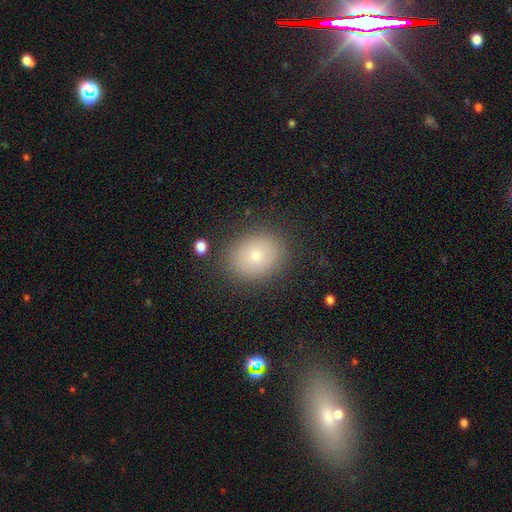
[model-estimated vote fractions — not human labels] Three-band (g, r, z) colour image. It shows a smooth galaxy with no disk features (75%) that is round (54%). Merging: none (85%).